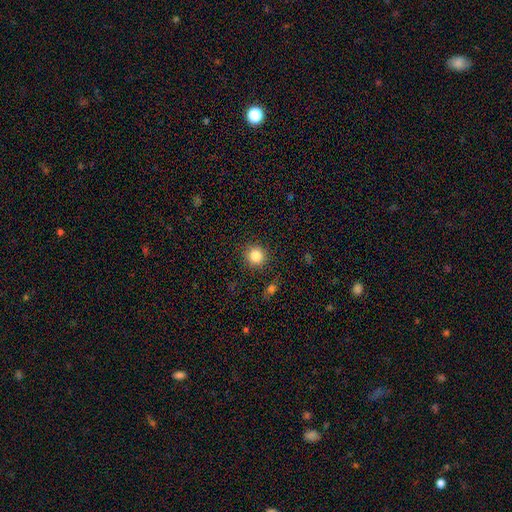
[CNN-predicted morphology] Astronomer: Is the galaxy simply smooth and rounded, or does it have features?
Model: smooth — 84%.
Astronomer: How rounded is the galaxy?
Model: round — 93%.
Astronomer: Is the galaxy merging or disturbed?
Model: none — 89%.